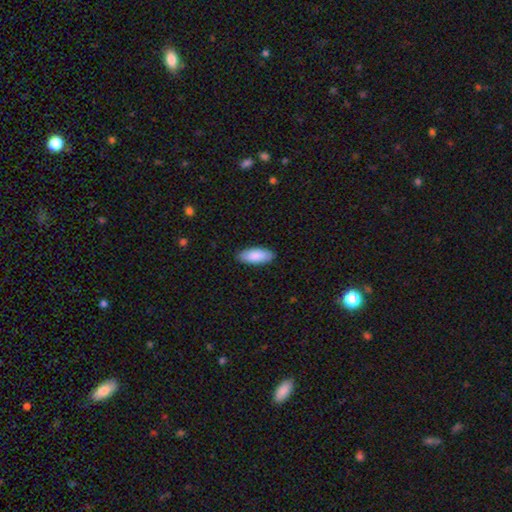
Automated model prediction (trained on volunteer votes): Q: Smooth or featured?
A: smooth (89%); runner-up: featured or disk (6%)
Q: How rounded?
A: in between (84%); runner-up: cigar-shaped (14%)
Q: Merging?
A: none (89%); runner-up: minor disturbance (8%)